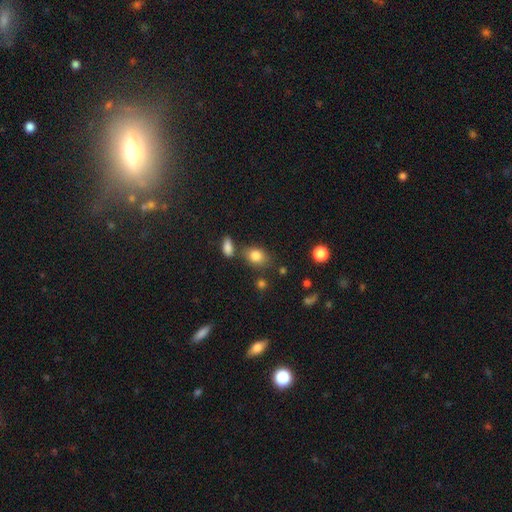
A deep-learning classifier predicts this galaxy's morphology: This is clearly a smooth galaxy (83%). How rounded: likely in between (71%). Merging: likely none (69%).